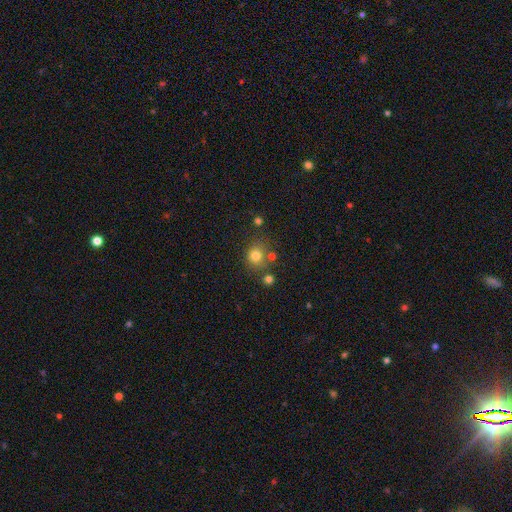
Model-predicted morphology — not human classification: This is likely a smooth galaxy (78%). How rounded: clearly round (84%). Merging: likely none (73%).